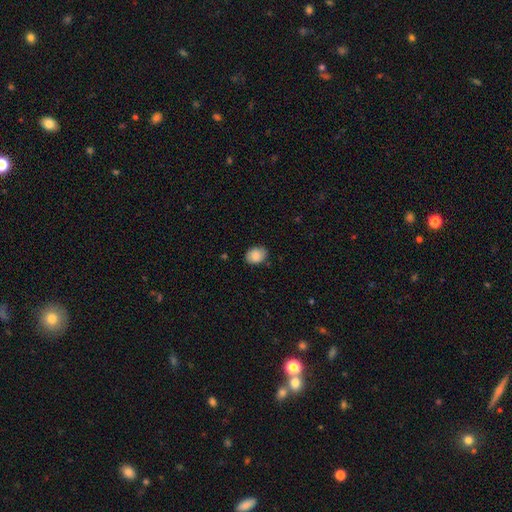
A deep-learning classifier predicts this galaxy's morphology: smooth-or-featured: smooth: 84% | featured or disk: 9% | star or artifact: 7%
  how-rounded: in between: 66% | round: 33% | cigar-shaped: 1%
  merging: none: 83% | minor disturbance: 13% | major disturbance: 2% | merger: 1%